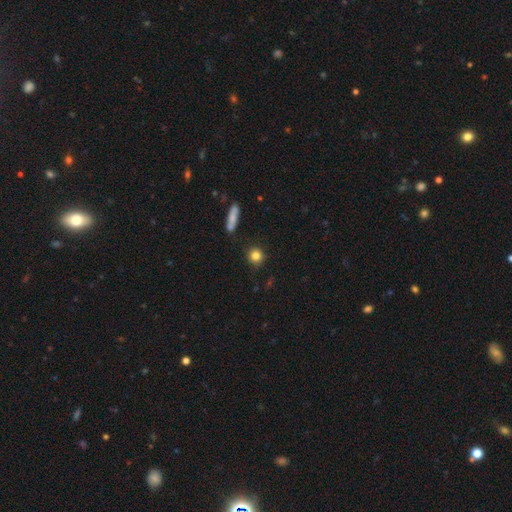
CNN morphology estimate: A smooth galaxy with no disk features (83%) that is round (90%). Merging: none (86%).